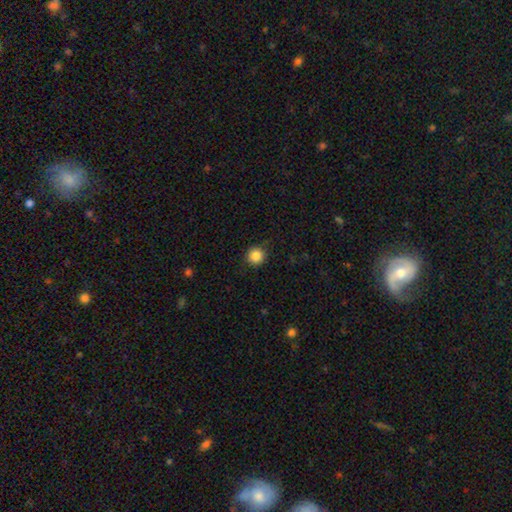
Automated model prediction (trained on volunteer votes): Smooth or featured: smooth — 86% (star or artifact — 10%)
How rounded: round — 95% (in between — 5%)
Merging: none — 90% (minor disturbance — 7%)